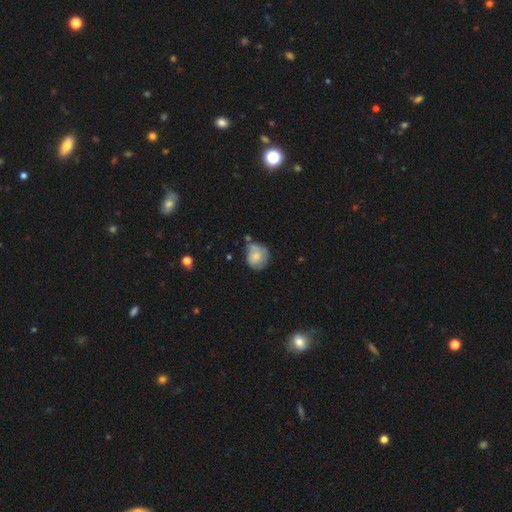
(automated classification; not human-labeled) smooth_or_featured: smooth (p=0.73) [alt: featured or disk p=0.19]
how_rounded: round (p=0.68) [alt: in between p=0.31]
merging: none (p=0.49) [alt: minor disturbance p=0.34]